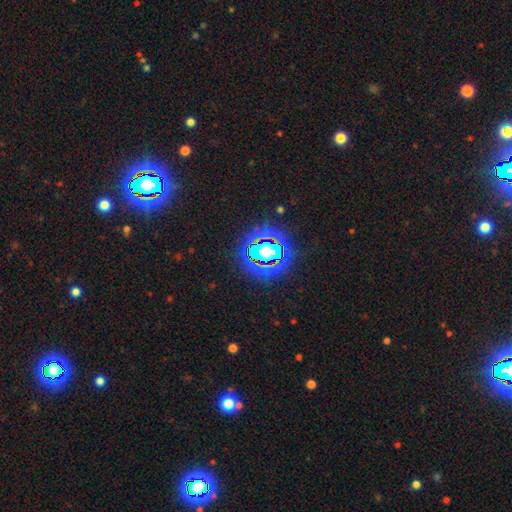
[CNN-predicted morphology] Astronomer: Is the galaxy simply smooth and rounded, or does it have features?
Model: star or artifact — 73%.